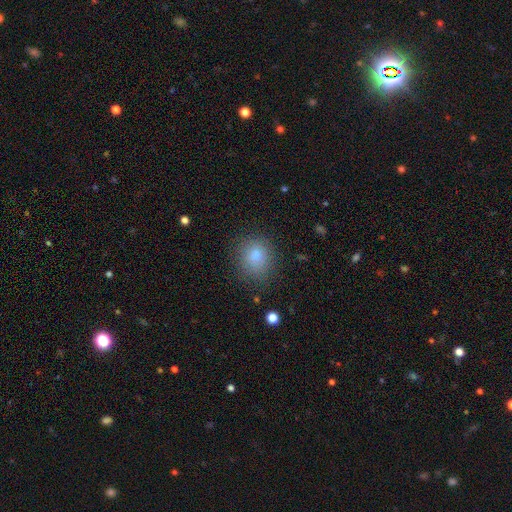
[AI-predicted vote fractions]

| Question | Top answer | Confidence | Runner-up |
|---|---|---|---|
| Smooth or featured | smooth | 82% | star or artifact (10%) |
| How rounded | round | 73% | in between (26%) |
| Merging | none | 74% | minor disturbance (17%) |